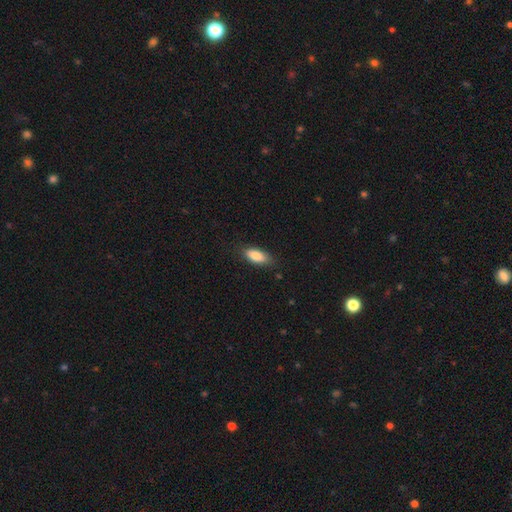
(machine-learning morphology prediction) Overall: smooth (85%). How rounded: in between (82%). Merging: none (81%).